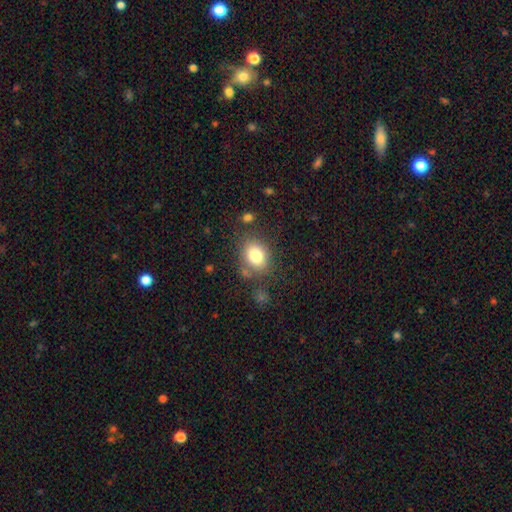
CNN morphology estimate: smooth_or_featured: smooth (p=0.81) [alt: featured or disk p=0.10]
how_rounded: in between (p=0.58) [alt: round p=0.41]
merging: none (p=0.73) [alt: minor disturbance p=0.15]